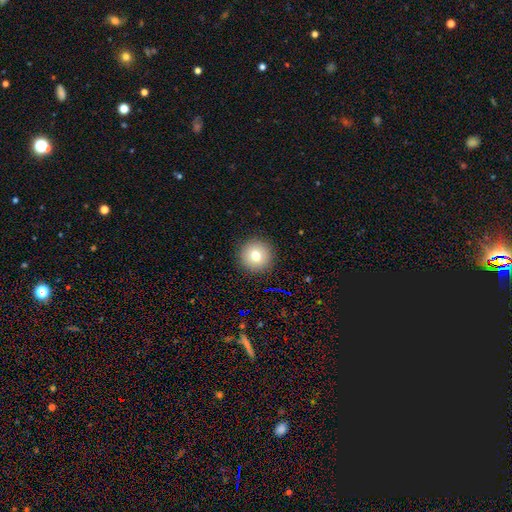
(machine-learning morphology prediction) A smooth galaxy with no disk features (74%) that is round (95%). Merging: none (92%).